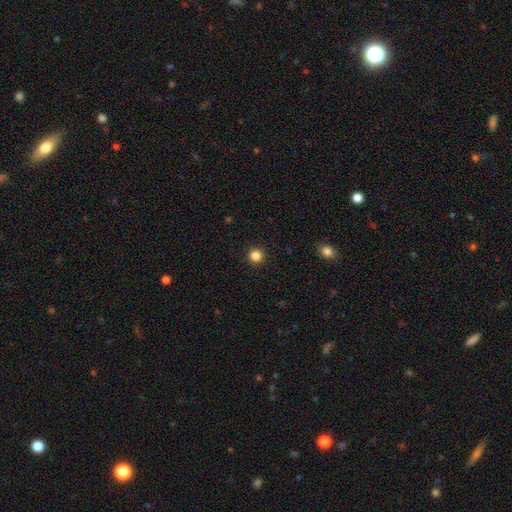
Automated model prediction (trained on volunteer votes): Smooth or featured?
  - smooth: 84% *
  - star or artifact: 12%
  - featured or disk: 3%
How rounded?
  - round: 96% *
  - in between: 3%
  - cigar-shaped: 1%
Merging?
  - none: 93% *
  - minor disturbance: 4%
  - major disturbance: 2%
  - merger: 1%